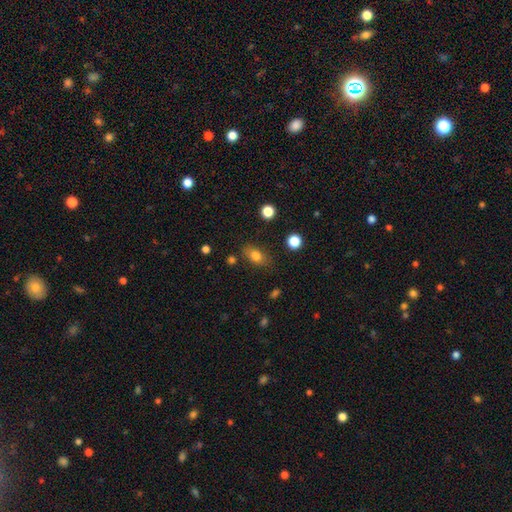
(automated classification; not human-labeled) The model was most divided on "how rounded": in between: 78%, round: 19%, cigar-shaped: 4%. More confident: smooth or featured — smooth (80%); merging — none (78%).